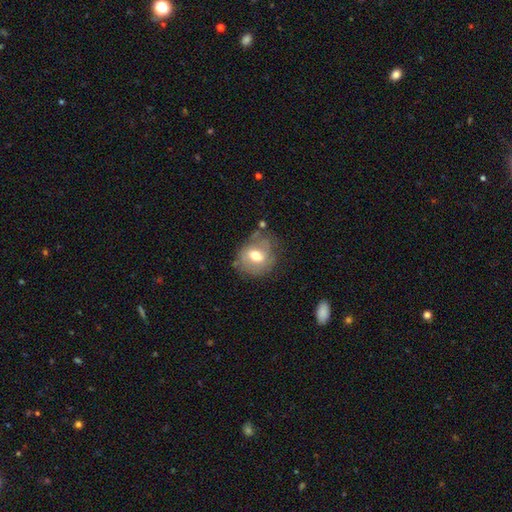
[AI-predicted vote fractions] smooth-or-featured: smooth: 56% | featured or disk: 35% | star or artifact: 9%
  how-rounded: round: 66% | in between: 33% | cigar-shaped: 1%
  merging: none: 61% | minor disturbance: 24% | major disturbance: 10% | merger: 5%